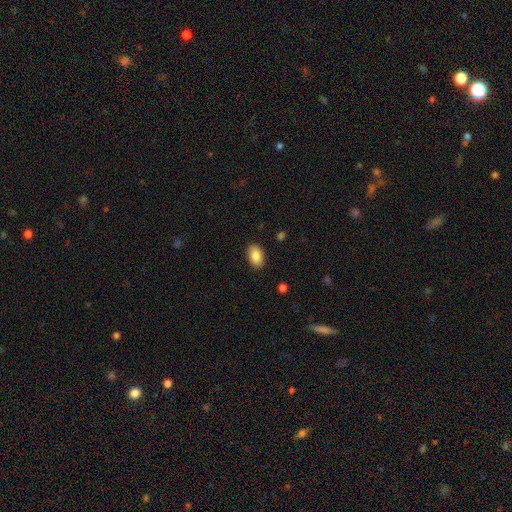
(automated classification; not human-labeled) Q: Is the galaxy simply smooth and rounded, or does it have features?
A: smooth — 87%.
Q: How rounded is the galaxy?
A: in between — 91%.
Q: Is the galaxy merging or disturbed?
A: none — 88%.